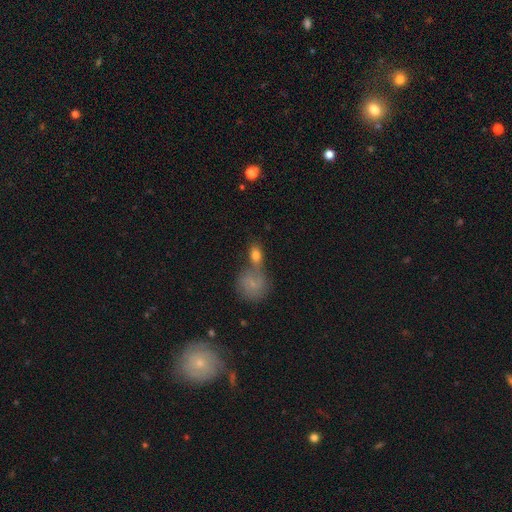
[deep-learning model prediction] smooth-or-featured: smooth: 61% | featured or disk: 22% | star or artifact: 17%
  how-rounded: in between: 51% | round: 43% | cigar-shaped: 6%
  merging: none: 45% | merger: 39% | minor disturbance: 10% | major disturbance: 5%